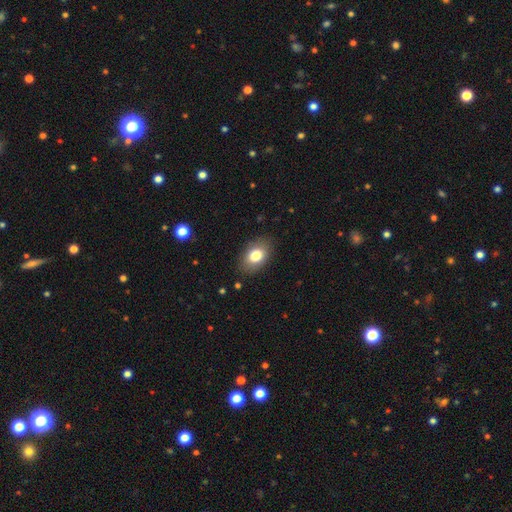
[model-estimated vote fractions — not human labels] A smooth galaxy with no disk features (79%) that is in between round and cigar-shaped (85%). Merging: none (84%).